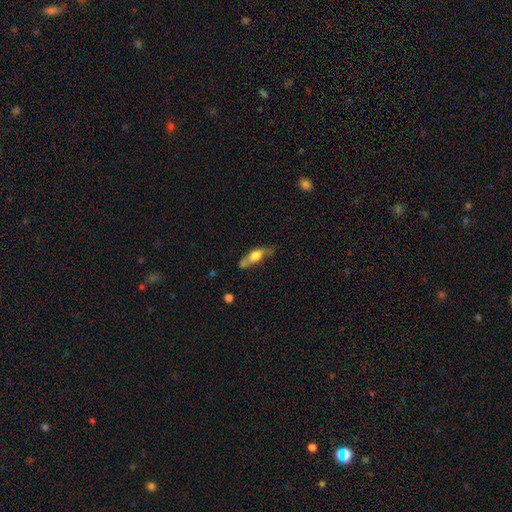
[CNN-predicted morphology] smooth_or_featured: smooth (p=0.52) [alt: featured or disk p=0.42]
how_rounded: cigar-shaped (p=0.50) [alt: in between p=0.46]
merging: none (p=0.55) [alt: minor disturbance p=0.27]